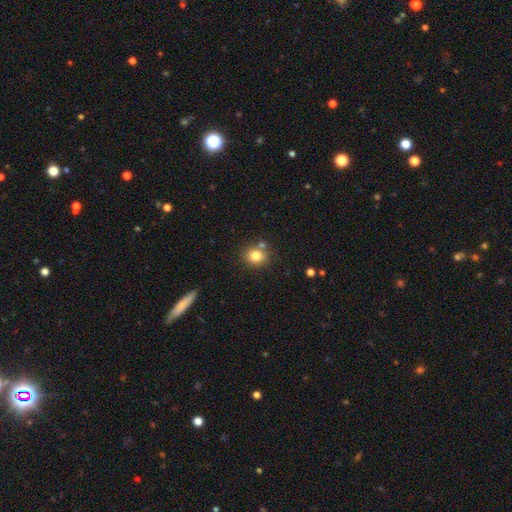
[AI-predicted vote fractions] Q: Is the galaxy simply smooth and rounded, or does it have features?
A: smooth — 80%.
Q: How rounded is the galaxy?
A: round — 69%.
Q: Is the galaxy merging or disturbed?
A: none — 71%.